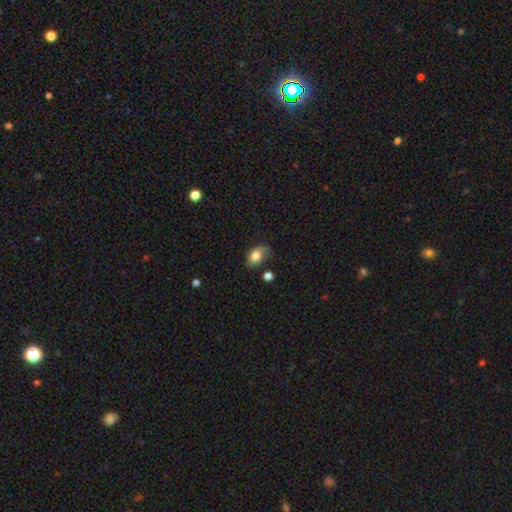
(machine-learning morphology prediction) A smooth galaxy with no disk features (75%) that is in between round and cigar-shaped (87%). Merging: none (55%).